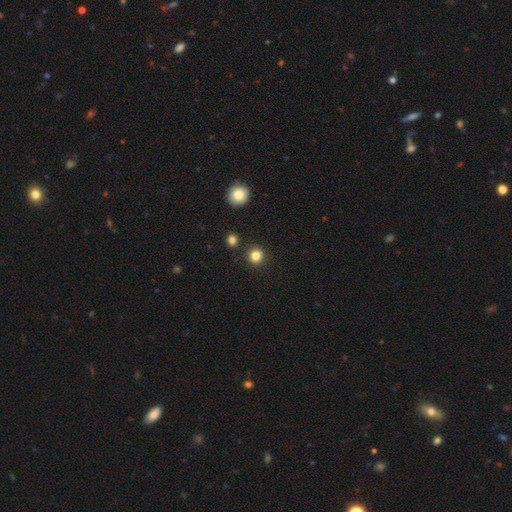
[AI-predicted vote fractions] smooth_or_featured: smooth (p=0.83) [alt: star or artifact p=0.12]
how_rounded: round (p=0.91) [alt: in between p=0.08]
merging: none (p=0.90) [alt: minor disturbance p=0.05]